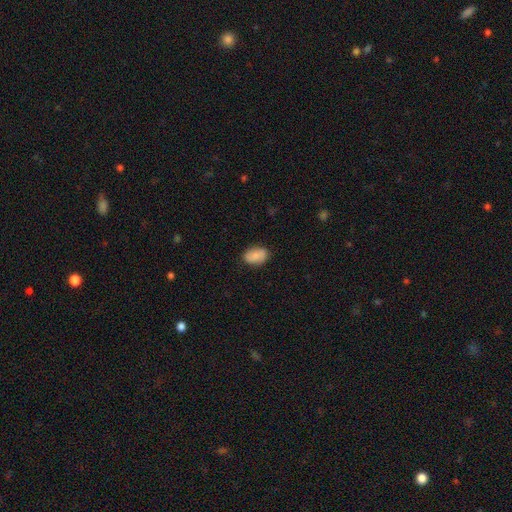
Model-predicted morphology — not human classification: This is clearly a smooth galaxy (84%). How rounded: clearly in between (89%). Merging: clearly none (84%).